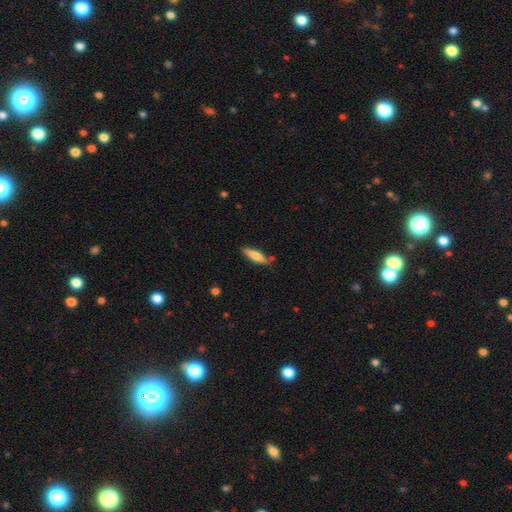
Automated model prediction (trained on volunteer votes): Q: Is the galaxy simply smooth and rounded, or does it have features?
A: smooth — 70%.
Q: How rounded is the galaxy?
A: cigar-shaped — 63%.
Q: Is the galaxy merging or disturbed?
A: none — 80%.